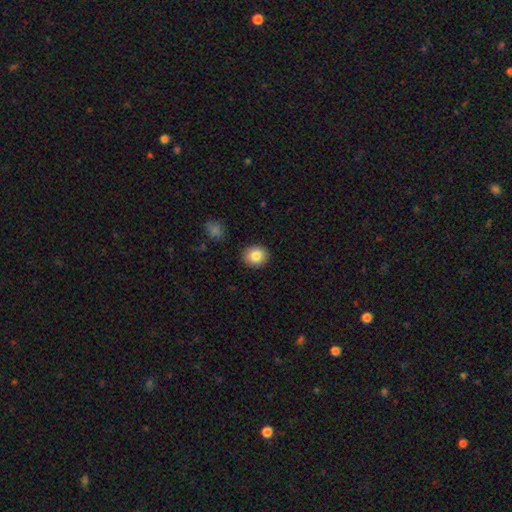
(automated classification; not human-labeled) Smooth or featured: smooth — 85% (star or artifact — 9%)
How rounded: round — 81% (in between — 18%)
Merging: none — 91% (minor disturbance — 6%)